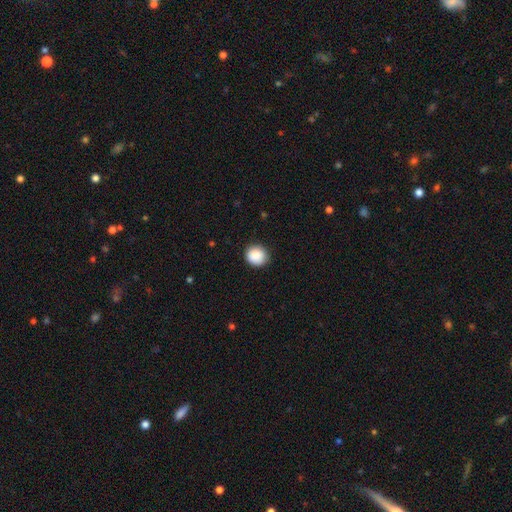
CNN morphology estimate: smooth-or-featured: smooth: 88% | star or artifact: 8% | featured or disk: 4%
  how-rounded: round: 85% | in between: 14% | cigar-shaped: 1%
  merging: none: 89% | minor disturbance: 8% | major disturbance: 2% | merger: 1%